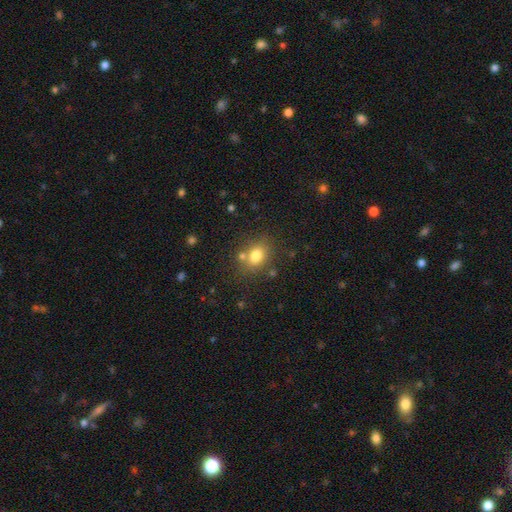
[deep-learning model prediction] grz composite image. It shows a smooth galaxy with no disk features (78%) that is in between round and cigar-shaped (59%). Merging: none (67%).